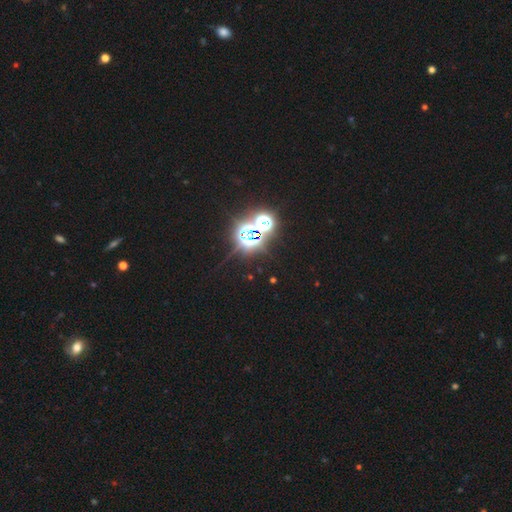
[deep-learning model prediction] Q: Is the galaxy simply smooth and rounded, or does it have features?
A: star or artifact — 74%.